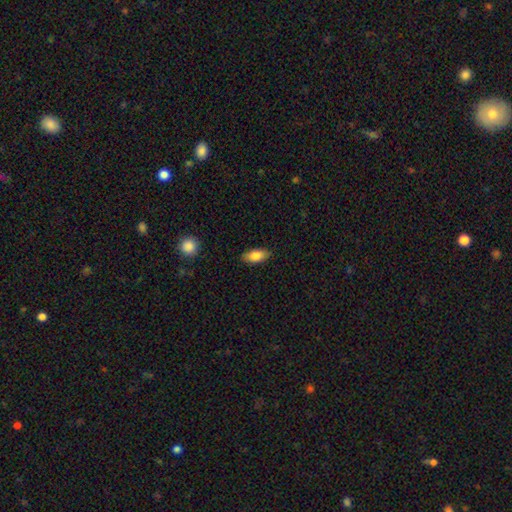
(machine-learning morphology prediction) smooth 83%, featured or disk 11%, star or artifact 6%. Down the decision tree: how rounded — in between (89%); merging — none (85%).